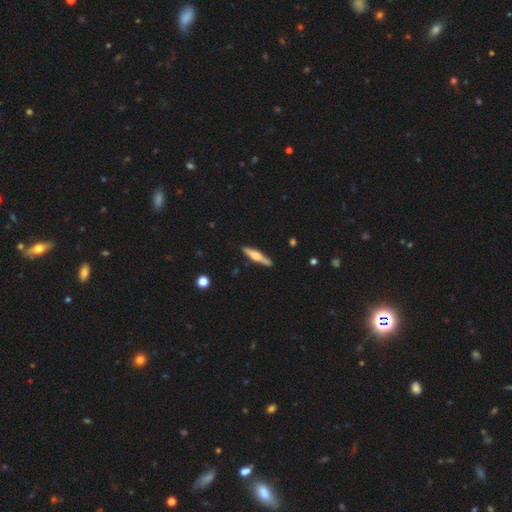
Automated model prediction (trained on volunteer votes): smooth-or-featured: featured or disk: 56% | smooth: 38% | star or artifact: 6%
  disk-edge-on: yes: 96% | no: 4%
    edge-on-bulge: rounded: 78% | boxy: 15% | none: 6%
  merging: none: 87% | minor disturbance: 9% | major disturbance: 2% | merger: 2%